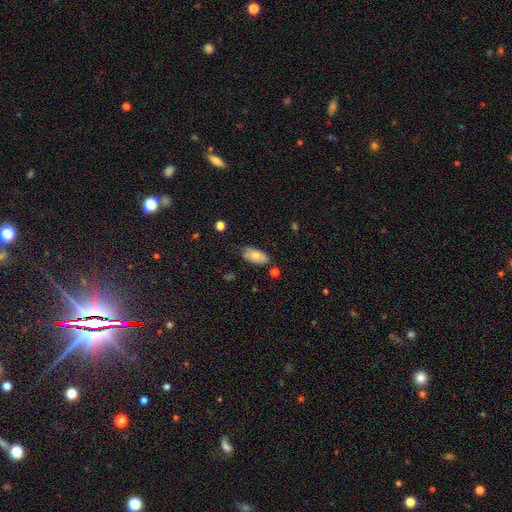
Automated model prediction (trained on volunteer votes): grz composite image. It shows a smooth galaxy with no disk features (71%) that is in between round and cigar-shaped (92%). Merging: none (68%).